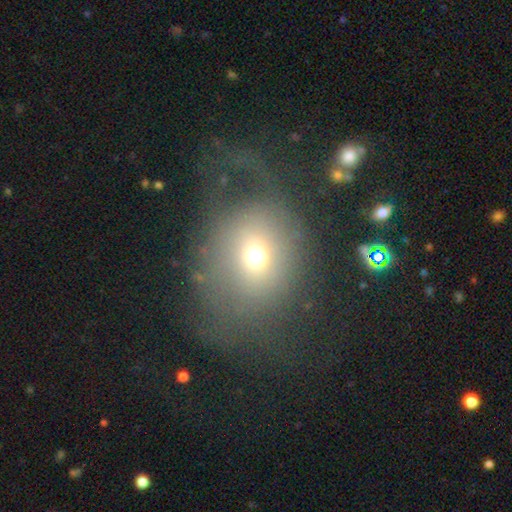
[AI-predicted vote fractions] A smooth galaxy with no disk features (65%) that is round (74%). Merging: none (55%).